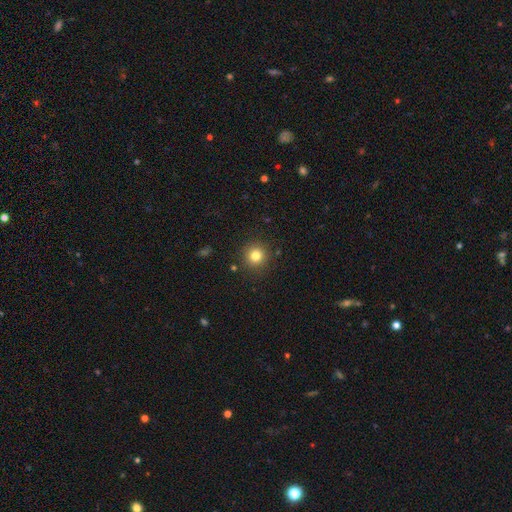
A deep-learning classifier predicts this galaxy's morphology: smooth_or_featured: smooth (p=0.81) [alt: star or artifact p=0.12]
how_rounded: round (p=0.94) [alt: in between p=0.05]
merging: none (p=0.90) [alt: minor disturbance p=0.06]